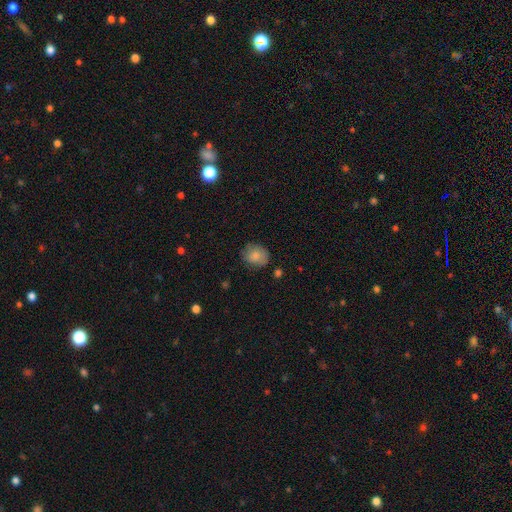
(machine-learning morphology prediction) This appears to be a smooth galaxy with no disk features (81%) that is round (65%). Merging: none (74%).